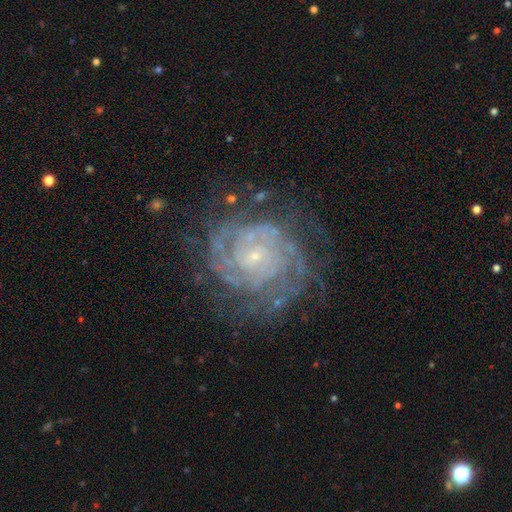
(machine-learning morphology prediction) Smooth or featured: featured or disk — 88% (star or artifact — 7%)
Edge-on disk: no — 98% (yes — 2%)
Bar: no — 71% (weak — 23%)
Spiral arms: yes — 97% (no — 3%)
Spiral winding: tight — 77% (medium — 19%)
Spiral arm count: can't tell — 29% (4 — 20%)
Bulge size: small — 84% (moderate — 11%)
Merging: none — 72% (minor disturbance — 17%)